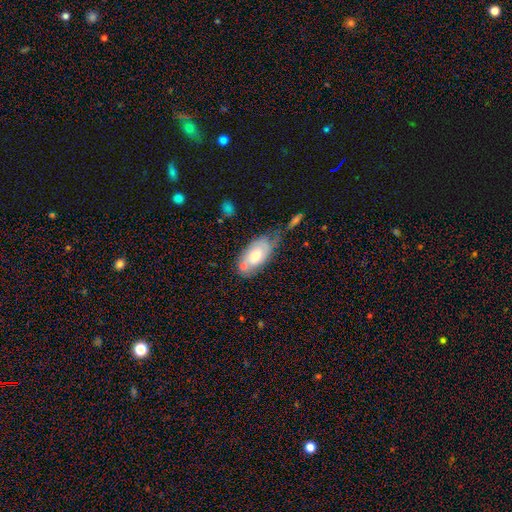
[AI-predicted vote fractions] Morphology: type=smooth (61%); roundness=in between (91%); merging=none (39%).